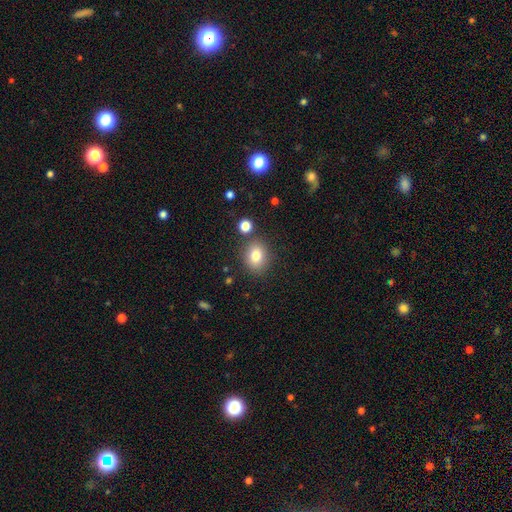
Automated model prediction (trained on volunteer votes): Overall: smooth (79%). How rounded: round (58%; in between 41%). Merging: none (80%).